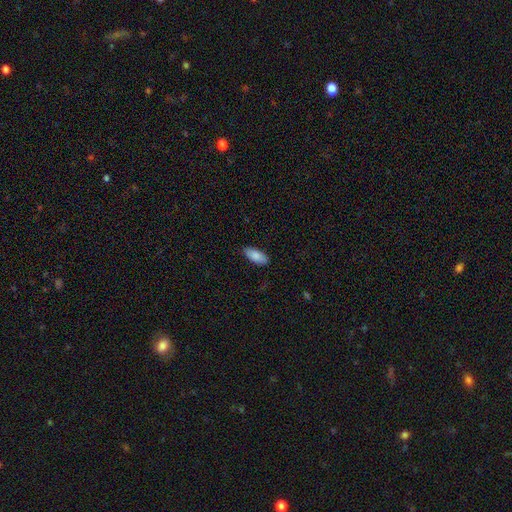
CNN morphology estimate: This appears to be a smooth galaxy with no disk features (87%) that is in between round and cigar-shaped (84%). Merging: none (87%).